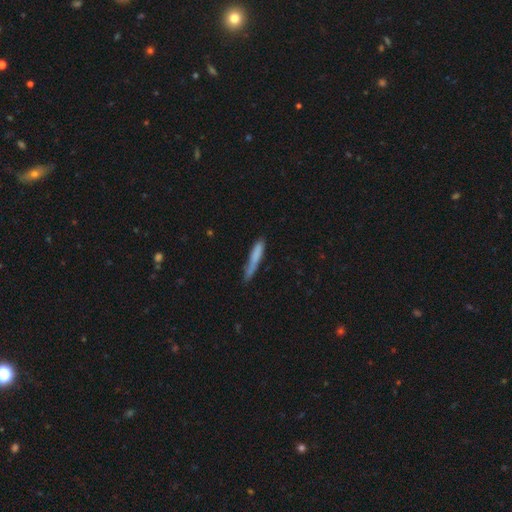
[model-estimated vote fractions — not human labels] Smooth or featured: smooth — 75% (featured or disk — 18%)
How rounded: cigar-shaped — 94% (in between — 5%)
Merging: none — 67% (minor disturbance — 25%)